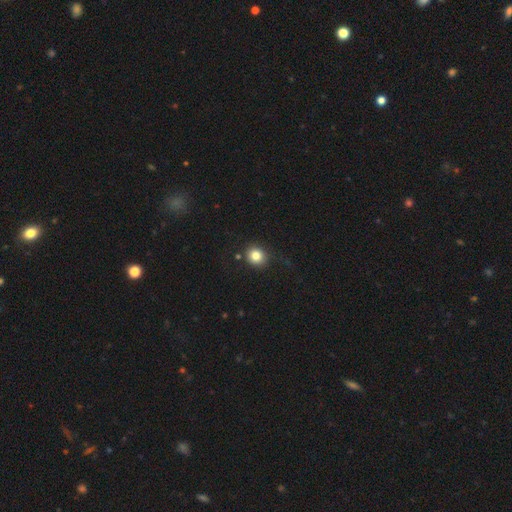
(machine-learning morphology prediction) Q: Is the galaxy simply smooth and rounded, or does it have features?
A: smooth — 82%.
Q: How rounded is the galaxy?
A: round — 83%.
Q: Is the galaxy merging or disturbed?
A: none — 82%.